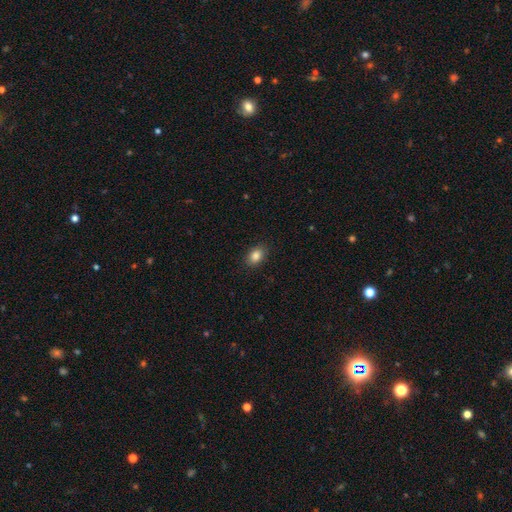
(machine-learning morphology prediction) smooth_or_featured: smooth (p=0.85) [alt: star or artifact p=0.09]
how_rounded: in between (p=0.77) [alt: round p=0.21]
merging: none (p=0.88) [alt: minor disturbance p=0.09]